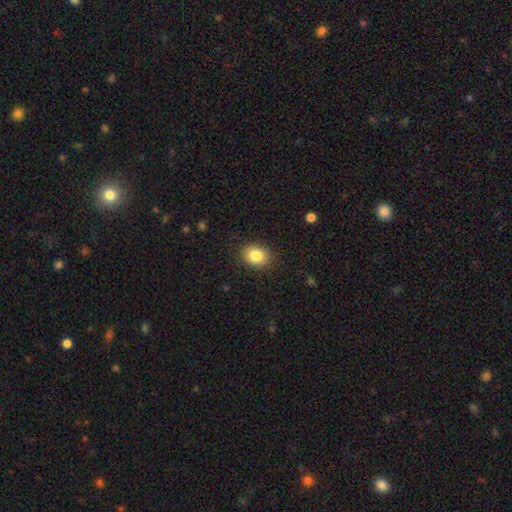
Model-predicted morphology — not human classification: A smooth galaxy with no disk features (84%) that is in between round and cigar-shaped (57%). Merging: none (88%).